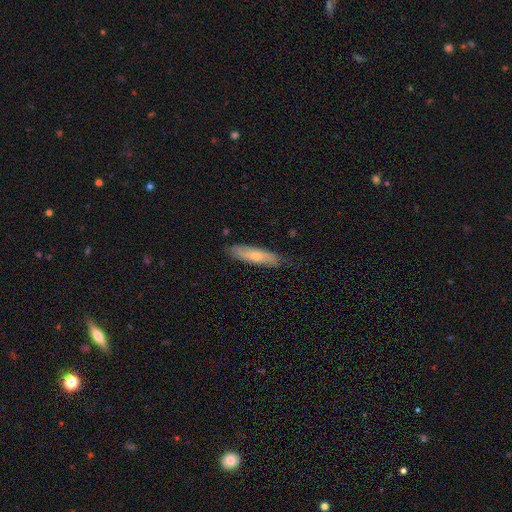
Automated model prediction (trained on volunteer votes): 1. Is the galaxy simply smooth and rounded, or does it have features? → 66% smooth, 28% featured or disk, 6% star or artifact.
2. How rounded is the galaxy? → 69% cigar-shaped, 29% in between, 2% round.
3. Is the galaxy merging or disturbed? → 76% none, 20% minor disturbance, 3% major disturbance, 1% merger.